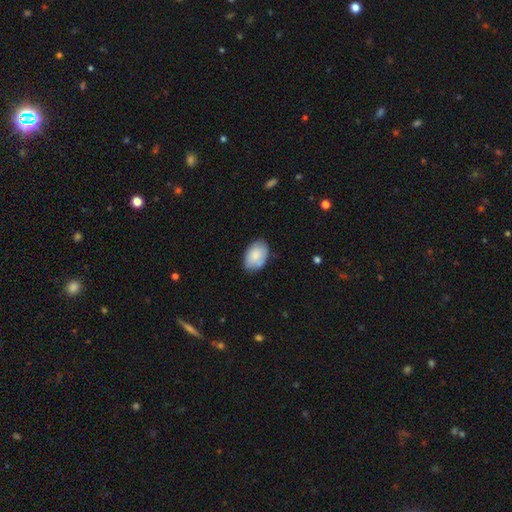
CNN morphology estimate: Smooth or featured: smooth — 80% (featured or disk — 13%)
How rounded: in between — 89% (round — 10%)
Merging: none — 74% (minor disturbance — 21%)